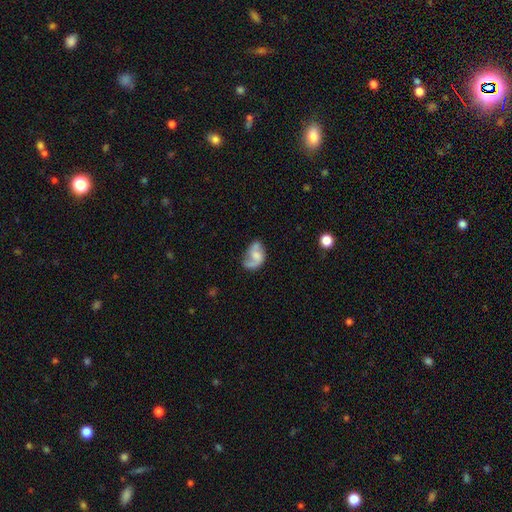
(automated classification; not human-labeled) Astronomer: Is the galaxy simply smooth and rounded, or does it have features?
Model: featured or disk — 59%.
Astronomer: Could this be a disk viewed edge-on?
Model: no — 97%.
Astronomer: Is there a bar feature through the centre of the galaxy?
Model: no — 58% (runner-up: weak, 34%).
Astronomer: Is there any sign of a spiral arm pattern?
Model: yes — 81%.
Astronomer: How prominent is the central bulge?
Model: none — 36% (runner-up: moderate, 27%).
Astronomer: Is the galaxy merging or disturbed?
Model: none — 43% (runner-up: minor disturbance, 26%).